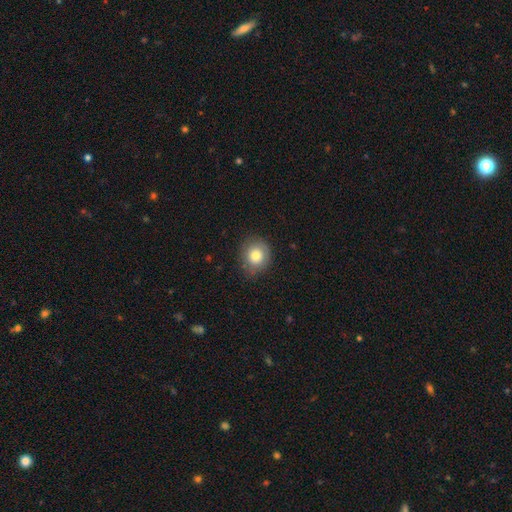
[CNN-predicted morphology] Smooth or featured? smooth (77%)
How rounded? round (78%)
Merging? none (78%)